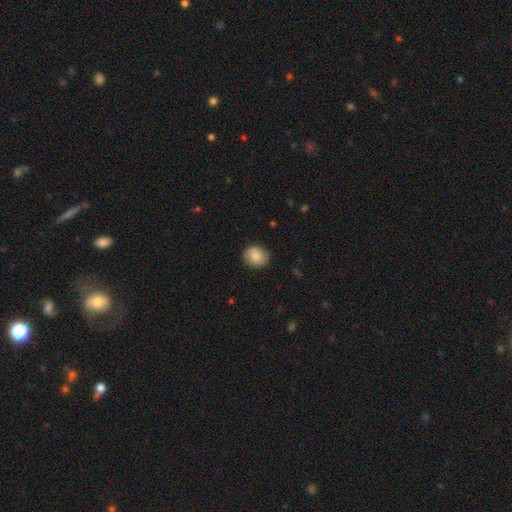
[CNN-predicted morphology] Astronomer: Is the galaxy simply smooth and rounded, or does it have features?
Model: smooth — 80%.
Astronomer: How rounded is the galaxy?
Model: round — 71%.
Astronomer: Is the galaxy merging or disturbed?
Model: none — 84%.